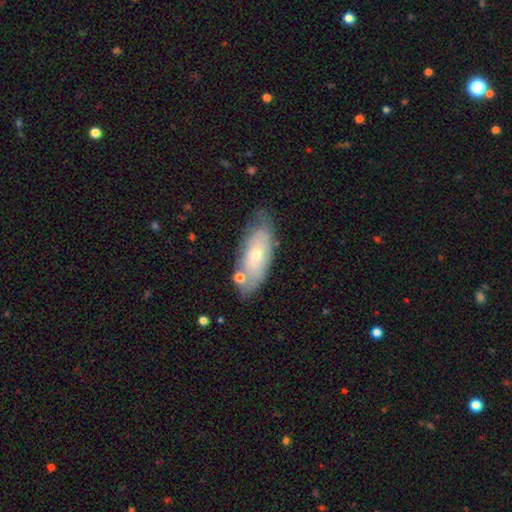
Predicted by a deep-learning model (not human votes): Smooth or featured? featured or disk (47%, tied with smooth)
Merging? none (62%)